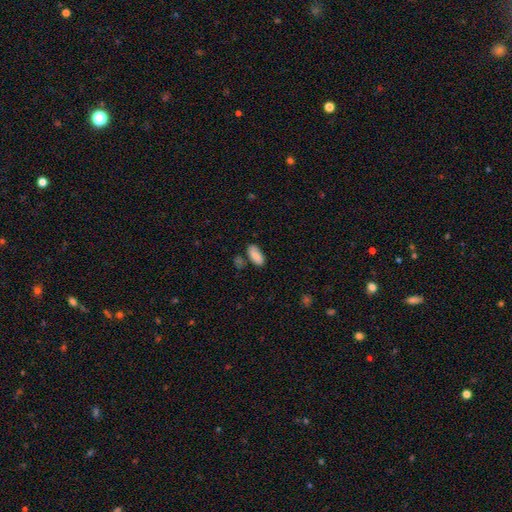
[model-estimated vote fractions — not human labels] A smooth galaxy with no disk features (82%) that is in between round and cigar-shaped (89%). Merging: none (73%).